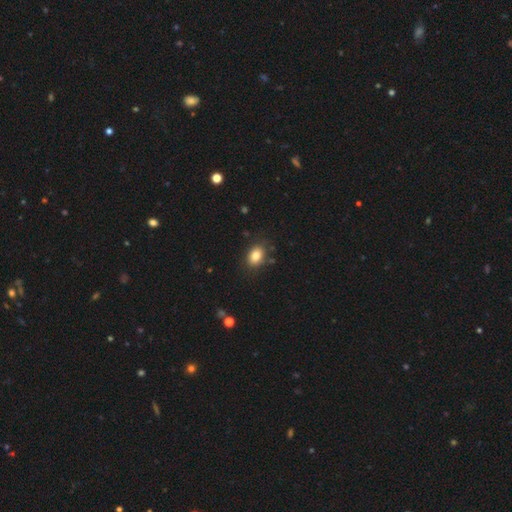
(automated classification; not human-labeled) smooth_or_featured: smooth (p=0.84) [alt: star or artifact p=0.09]
how_rounded: in between (p=0.79) [alt: round p=0.19]
merging: none (p=0.82) [alt: minor disturbance p=0.12]